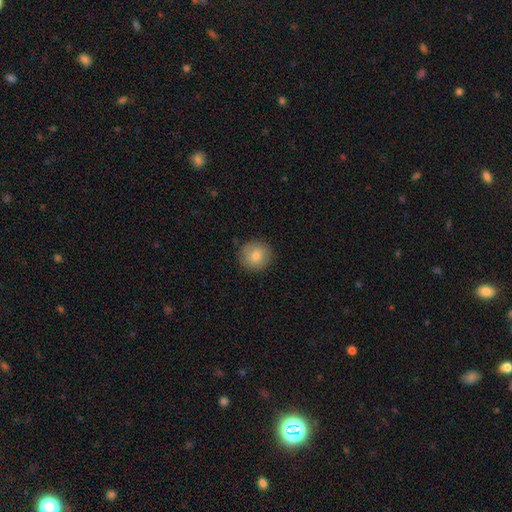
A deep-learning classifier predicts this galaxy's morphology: Q: Smooth or featured?
A: smooth (78%); runner-up: featured or disk (13%)
Q: How rounded?
A: round (91%); runner-up: in between (8%)
Q: Merging?
A: none (88%); runner-up: minor disturbance (9%)